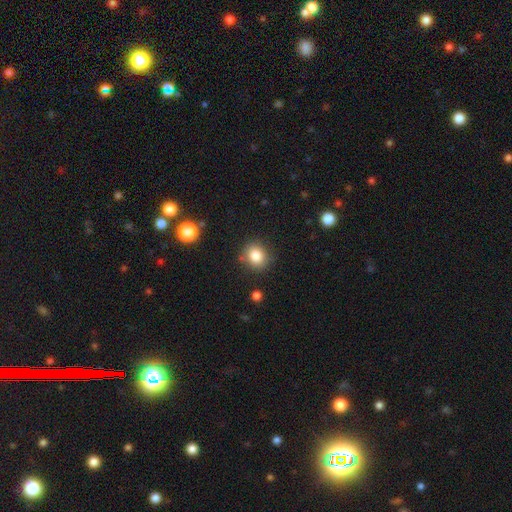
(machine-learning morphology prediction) type=smooth (82%); roundness=round (77%); merging=none (84%).